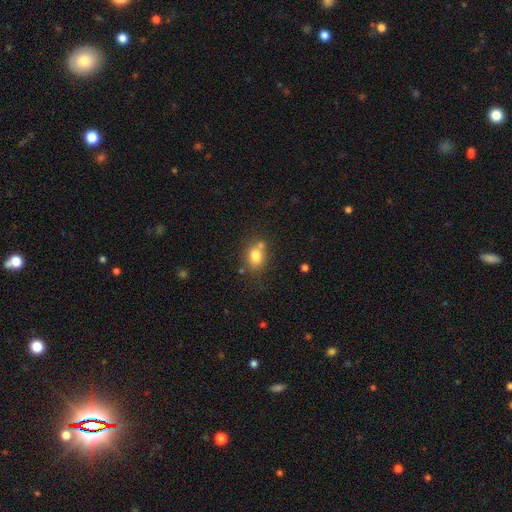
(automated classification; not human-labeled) Overall: smooth (79%). How rounded: in between (58%; round 41%). Merging: none (57%; merger 21%).